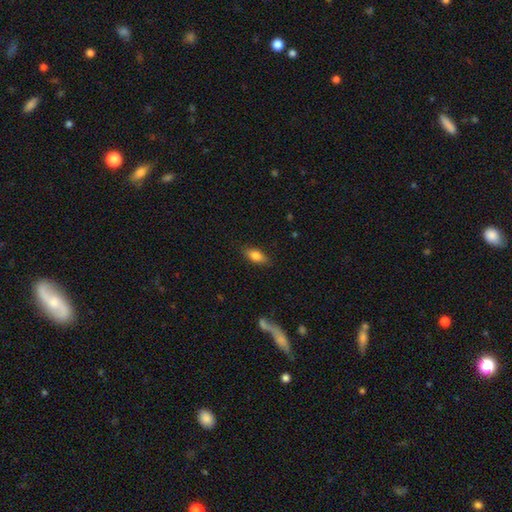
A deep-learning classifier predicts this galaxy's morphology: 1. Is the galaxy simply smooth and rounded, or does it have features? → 79% smooth, 13% featured or disk, 8% star or artifact.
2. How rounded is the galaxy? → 83% in between, 13% cigar-shaped, 4% round.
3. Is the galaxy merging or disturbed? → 86% none, 11% minor disturbance, 3% major disturbance, 1% merger.